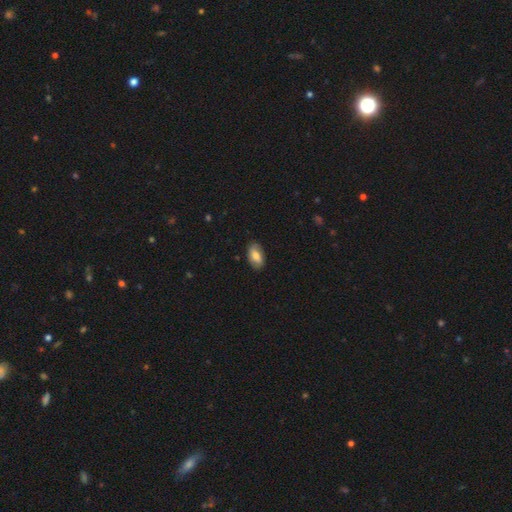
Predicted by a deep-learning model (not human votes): The model was most divided on "smooth or featured": smooth: 71%, featured or disk: 22%, star or artifact: 7%. More confident: how rounded — in between (92%); merging — none (85%).